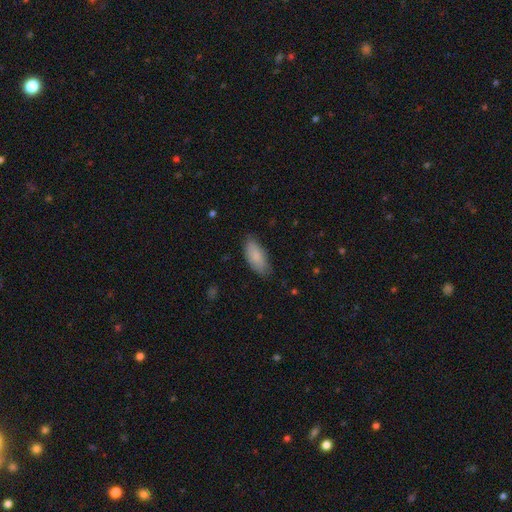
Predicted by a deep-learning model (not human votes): The model was most divided on "merging": none: 77%, minor disturbance: 19%, major disturbance: 3%, merger: 1%. More confident: smooth or featured — smooth (86%); how rounded — in between (85%).